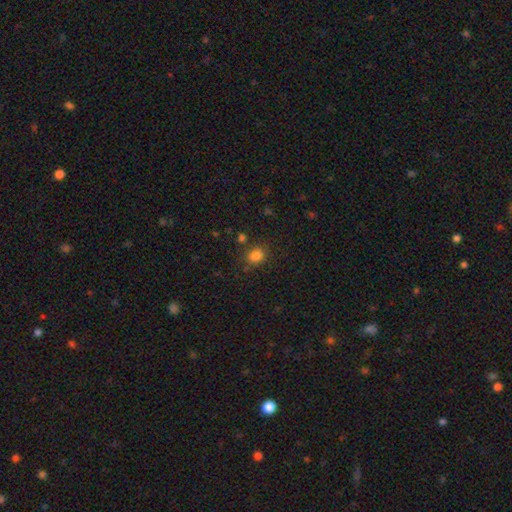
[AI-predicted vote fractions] This appears to be a smooth galaxy with no disk features (82%) that is round (66%). Merging: none (79%).